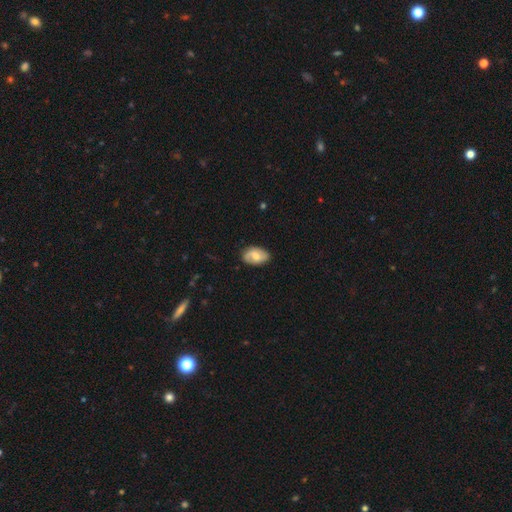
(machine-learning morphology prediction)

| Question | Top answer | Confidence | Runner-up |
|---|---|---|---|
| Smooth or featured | smooth | 48% | featured or disk (46%) |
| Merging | none | 79% | minor disturbance (16%) |